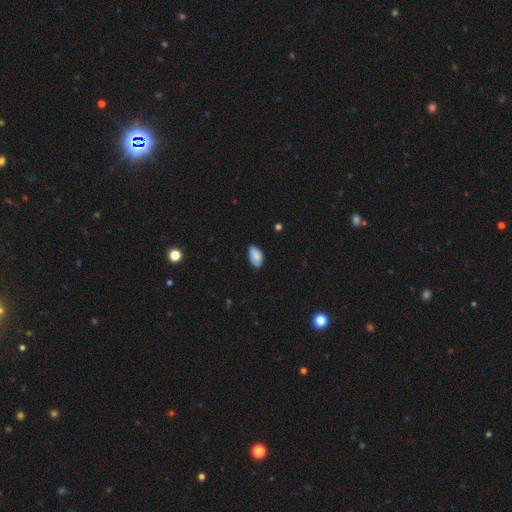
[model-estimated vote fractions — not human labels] Smooth or featured?
  - smooth: 85% *
  - star or artifact: 7%
  - featured or disk: 7%
How rounded?
  - in between: 93% *
  - round: 5%
  - cigar-shaped: 2%
Merging?
  - none: 71% *
  - minor disturbance: 24%
  - major disturbance: 3%
  - merger: 1%